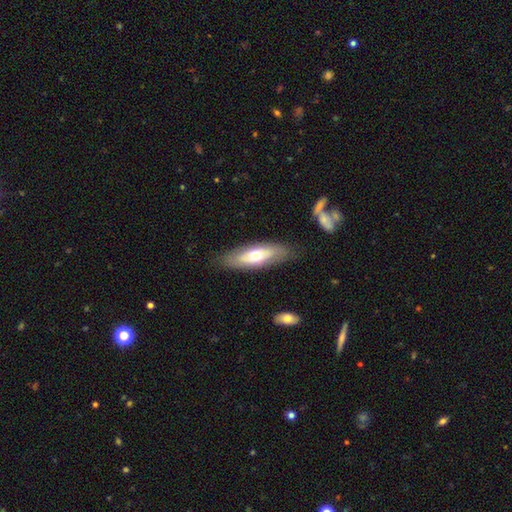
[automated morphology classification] This is possibly a smooth galaxy (54%). How rounded: likely in between (64%). Merging: clearly none (81%).